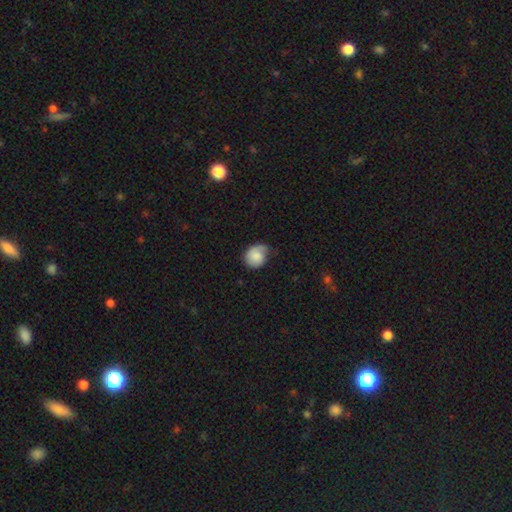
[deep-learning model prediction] smooth-or-featured: smooth: 67% | featured or disk: 26% | star or artifact: 7%
  how-rounded: round: 65% | in between: 34% | cigar-shaped: 1%
  merging: none: 47% | minor disturbance: 37% | major disturbance: 14% | merger: 2%